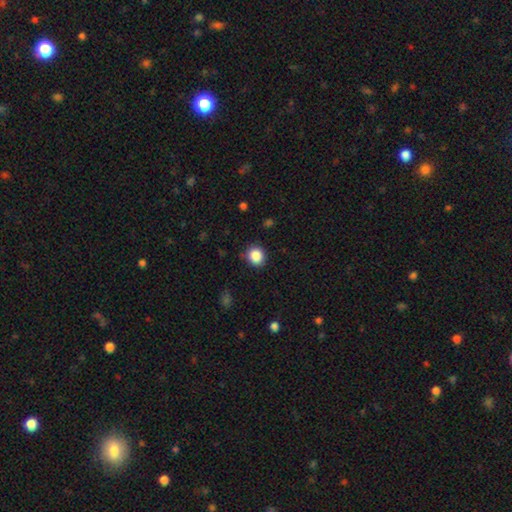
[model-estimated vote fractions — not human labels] Smooth or featured?
  - smooth: 87% *
  - star or artifact: 10%
  - featured or disk: 3%
How rounded?
  - round: 83% *
  - in between: 16%
  - cigar-shaped: 1%
Merging?
  - none: 85% *
  - minor disturbance: 11%
  - major disturbance: 3%
  - merger: 1%